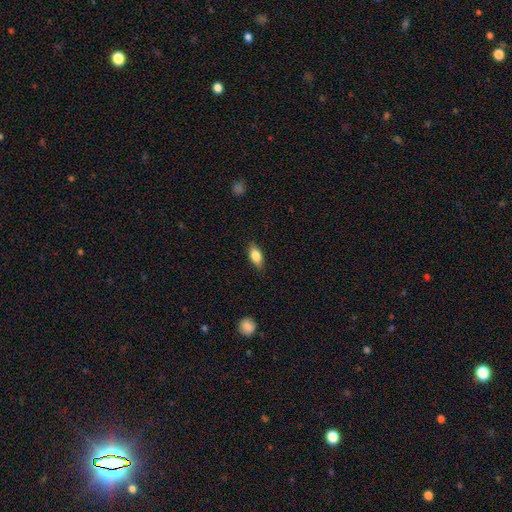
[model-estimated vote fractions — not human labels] smooth_or_featured: smooth (p=0.82) [alt: featured or disk p=0.11]
how_rounded: in between (p=0.84) [alt: cigar-shaped p=0.12]
merging: none (p=0.84) [alt: minor disturbance p=0.12]